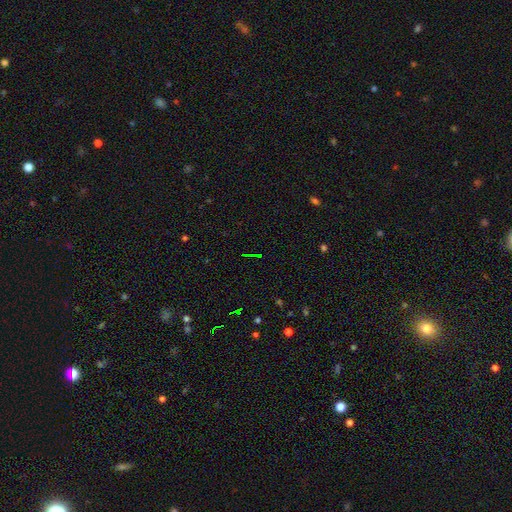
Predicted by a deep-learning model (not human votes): smooth-or-featured: star or artifact: 73% | smooth: 15% | featured or disk: 12%